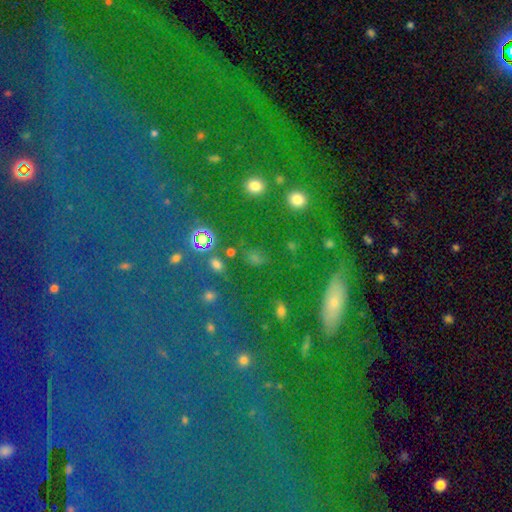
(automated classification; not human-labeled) The model was most divided on "smooth or featured": smooth: 48%, star or artifact: 35%, featured or disk: 16%. More confident: merging — none (81%).